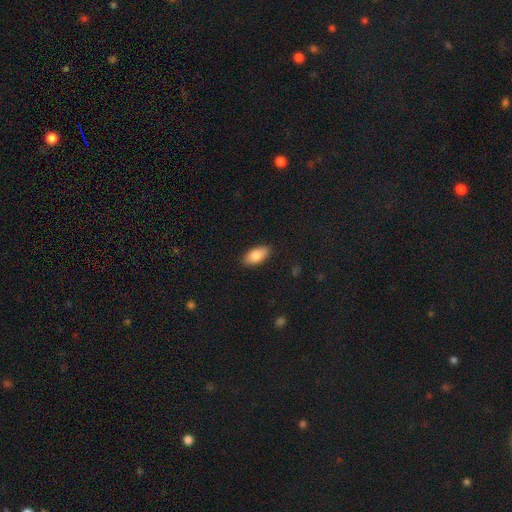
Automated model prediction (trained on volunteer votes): Smooth or featured: smooth — 83% (featured or disk — 10%)
How rounded: in between — 92% (cigar-shaped — 5%)
Merging: none — 88% (minor disturbance — 9%)